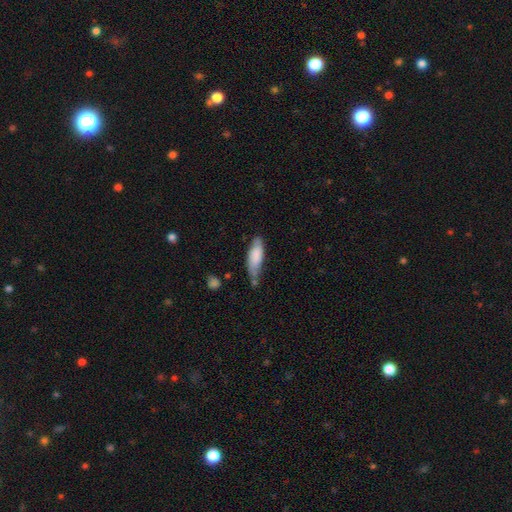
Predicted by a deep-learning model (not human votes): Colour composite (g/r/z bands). It shows a smooth galaxy with no disk features (78%) that is in between round and cigar-shaped (55%). Merging: none (52%).